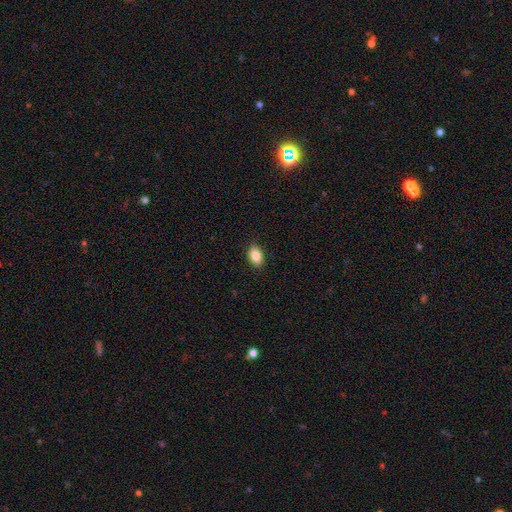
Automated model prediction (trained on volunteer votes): This appears to be a smooth galaxy with no disk features (86%) that is in between round and cigar-shaped (88%). Merging: none (89%).